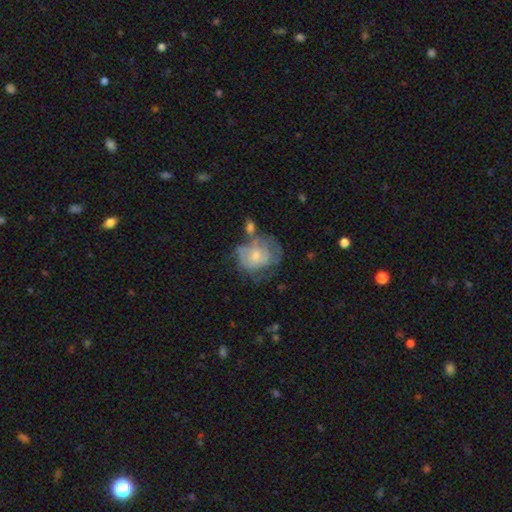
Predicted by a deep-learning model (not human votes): A featured or disk galaxy (50%).

Vote fractions:
- Smooth or featured? featured or disk: 50% / smooth: 43% / star or artifact: 7%
- Merging? none: 32% / major disturbance: 27% / minor disturbance: 25% / merger: 16%